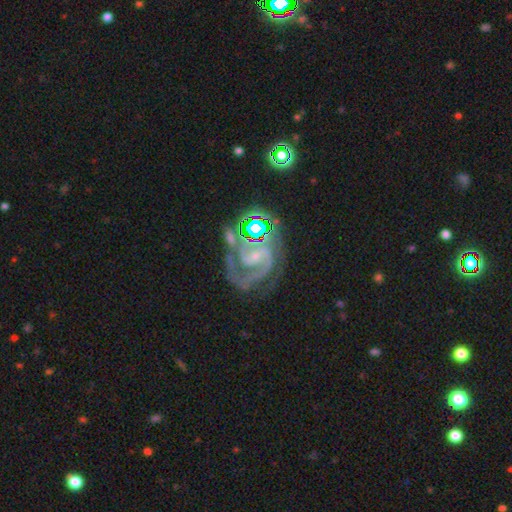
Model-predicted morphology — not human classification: Smooth or featured: featured or disk — 85% (star or artifact — 10%)
Edge-on disk: no — 98% (yes — 2%)
Bar: weak — 42% (no — 37%)
Spiral arms: yes — 97% (no — 3%)
Spiral winding: medium — 48% (tight — 43%)
Spiral arm count: 2 — 71% (3 — 10%)
Bulge size: small — 70% (moderate — 18%)
Merging: none — 50% (minor disturbance — 20%)